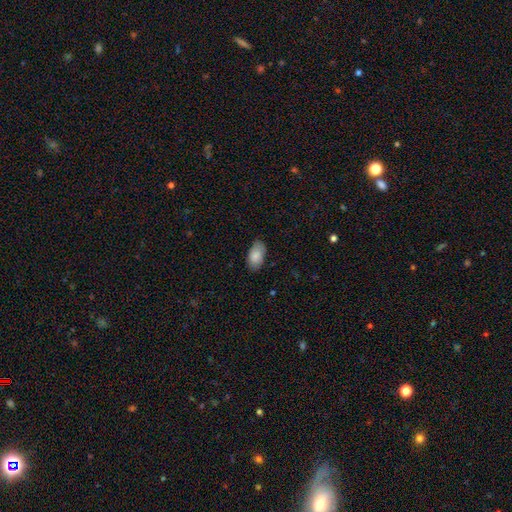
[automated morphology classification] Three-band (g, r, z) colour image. It shows a smooth galaxy with no disk features (86%) that is in between round and cigar-shaped (94%). Merging: none (80%).